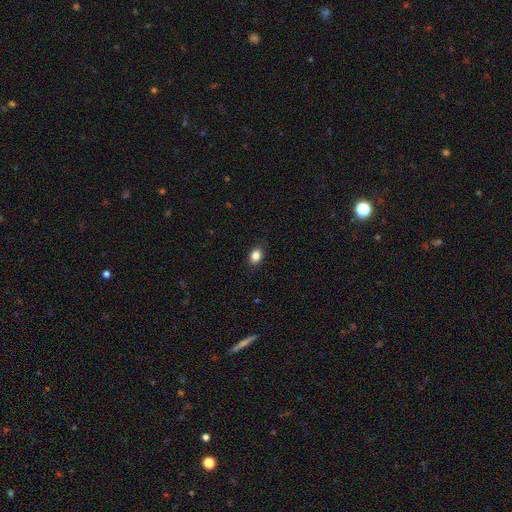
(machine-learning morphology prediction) Smooth or featured: smooth — 85% (star or artifact — 9%)
How rounded: in between — 73% (round — 26%)
Merging: none — 86% (minor disturbance — 11%)